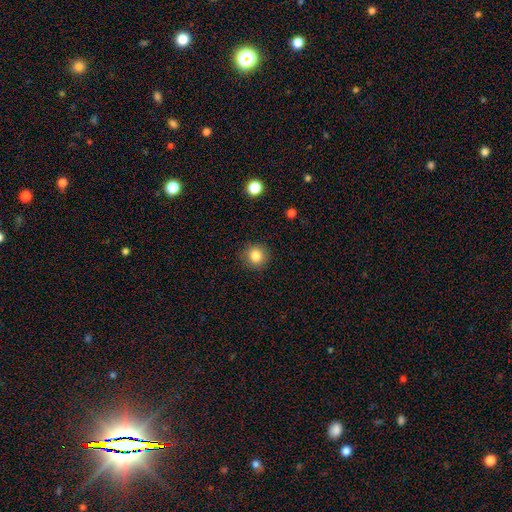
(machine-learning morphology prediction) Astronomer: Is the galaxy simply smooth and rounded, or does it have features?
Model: smooth — 84%.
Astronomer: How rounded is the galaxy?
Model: round — 92%.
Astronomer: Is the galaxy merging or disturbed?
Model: none — 89%.